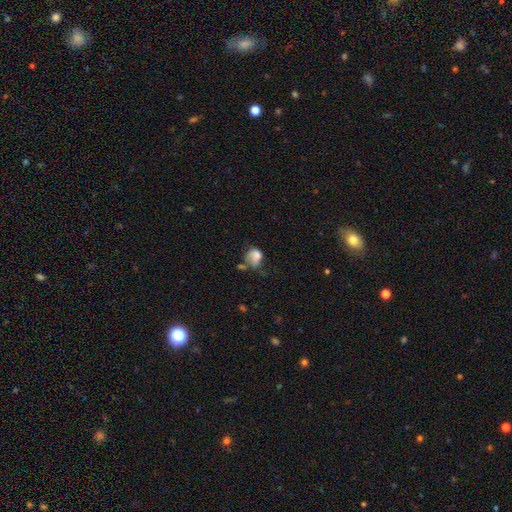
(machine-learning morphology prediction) This is likely a smooth galaxy (72%). How rounded: possibly in between (59%). Merging: marginally minor disturbance (29%).